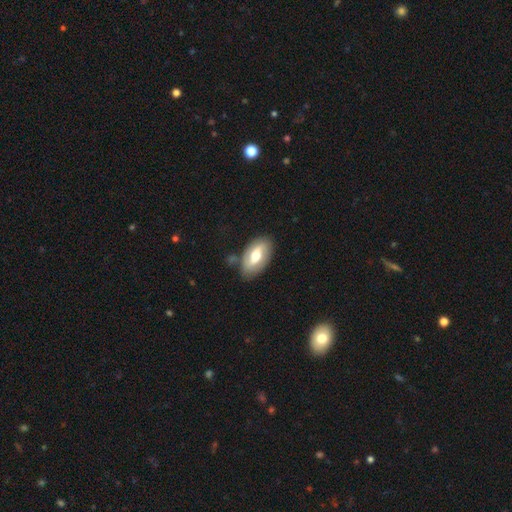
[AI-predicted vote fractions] smooth-or-featured: featured or disk: 48% | smooth: 46% | star or artifact: 6%
  merging: none: 74% | minor disturbance: 16% | major disturbance: 5% | merger: 5%